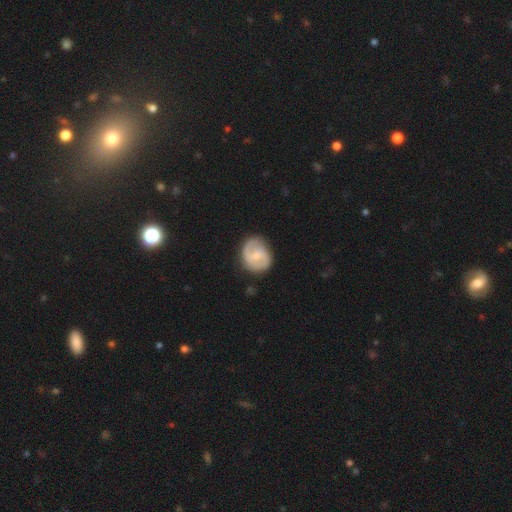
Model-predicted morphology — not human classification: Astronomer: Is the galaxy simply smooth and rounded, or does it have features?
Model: featured or disk — 70%.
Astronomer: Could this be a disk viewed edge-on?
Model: no — 98%.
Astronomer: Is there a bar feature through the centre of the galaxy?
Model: weak — 50% (runner-up: no, 41%).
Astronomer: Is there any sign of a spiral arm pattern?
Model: yes — 90%.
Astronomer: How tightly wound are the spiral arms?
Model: medium — 48% (runner-up: tight, 28%).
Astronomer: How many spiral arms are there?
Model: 2 — 79%.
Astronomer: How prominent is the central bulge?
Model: small — 54% (runner-up: moderate, 36%).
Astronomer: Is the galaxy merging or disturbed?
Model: none — 74%.